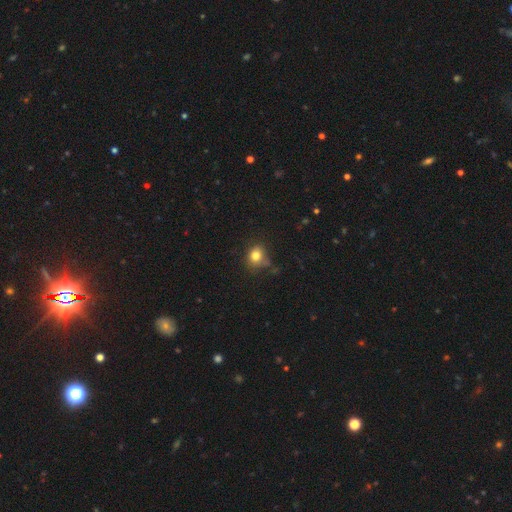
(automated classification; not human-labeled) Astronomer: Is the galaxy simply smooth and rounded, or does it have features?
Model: smooth — 80%.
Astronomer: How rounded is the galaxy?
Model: round — 70%.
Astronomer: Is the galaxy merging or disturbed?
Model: none — 67%.